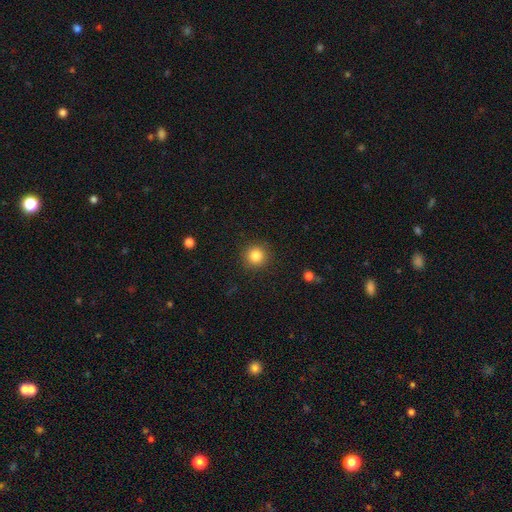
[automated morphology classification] Smooth or featured: smooth — 84% (star or artifact — 11%)
How rounded: round — 94% (in between — 5%)
Merging: none — 91% (minor disturbance — 6%)